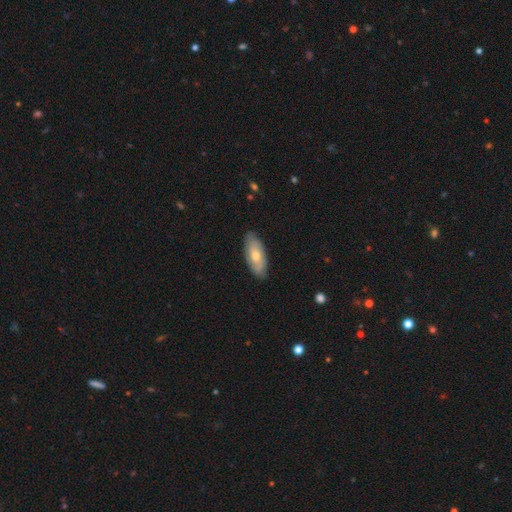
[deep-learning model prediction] smooth_or_featured: smooth (p=0.55) [alt: featured or disk p=0.39]
how_rounded: in between (p=0.85) [alt: cigar-shaped p=0.13]
merging: none (p=0.85) [alt: minor disturbance p=0.12]